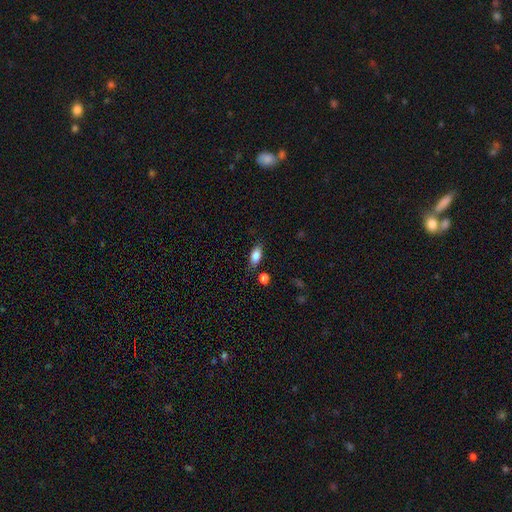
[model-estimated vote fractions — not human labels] The model was most divided on "merging": none: 78%, minor disturbance: 14%, merger: 4%, major disturbance: 4%. More confident: how rounded — in between (85%); smooth or featured — smooth (84%).